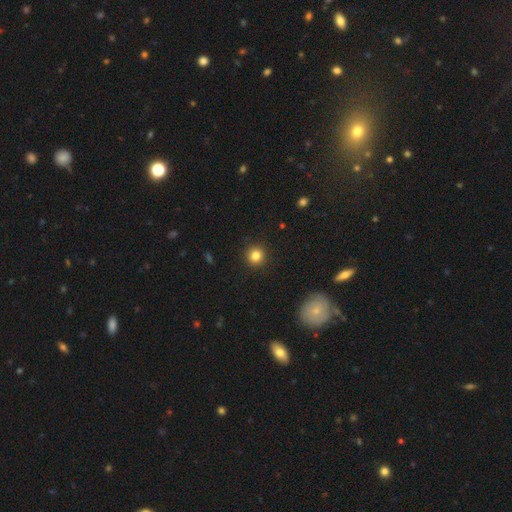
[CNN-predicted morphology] This is clearly a smooth galaxy (83%). How rounded: clearly round (93%). Merging: clearly none (91%).